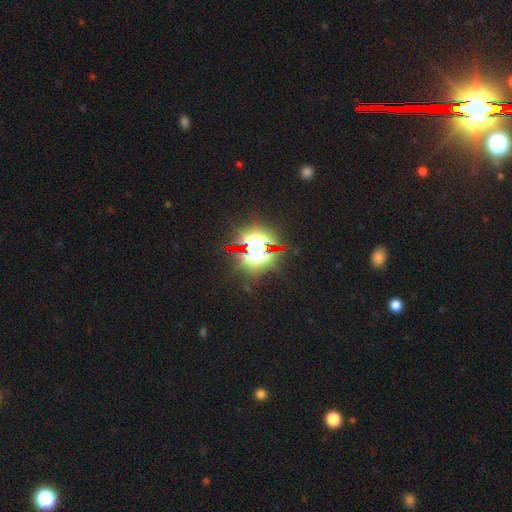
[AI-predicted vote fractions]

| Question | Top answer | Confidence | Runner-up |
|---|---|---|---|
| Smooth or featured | star or artifact | 84% | smooth (9%) |